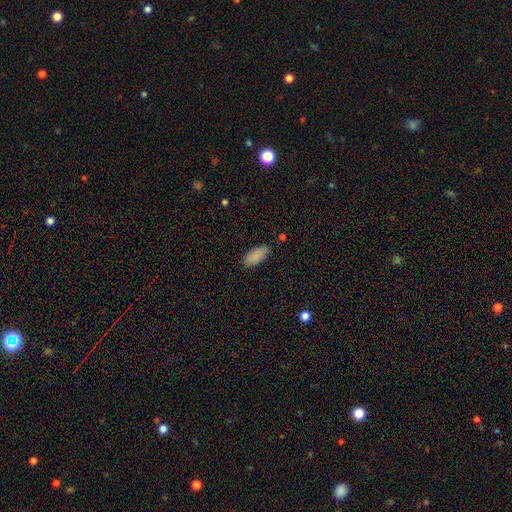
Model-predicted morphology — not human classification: smooth 88%, star or artifact 7%, featured or disk 5%. Down the decision tree: how rounded — in between (89%); merging — none (81%).